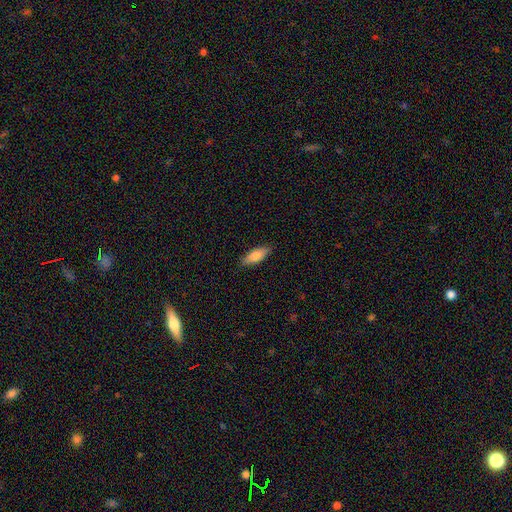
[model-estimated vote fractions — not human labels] This appears to be a smooth galaxy with no disk features (81%) that is in between round and cigar-shaped (64%). Merging: none (87%).